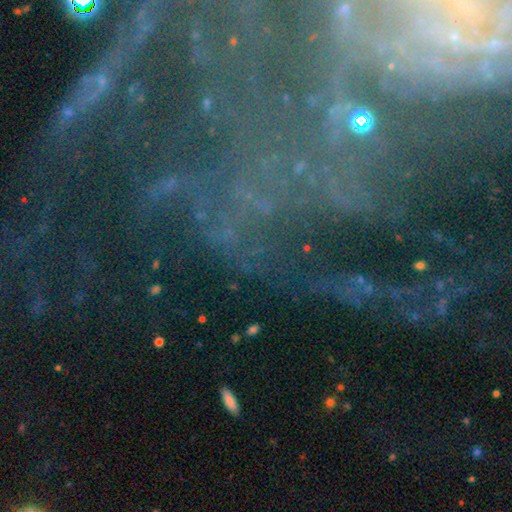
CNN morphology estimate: Overall: star or artifact (52%; featured or disk 37%).